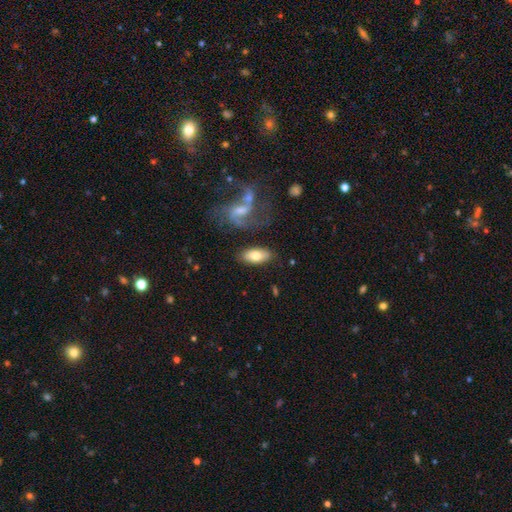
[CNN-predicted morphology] smooth-or-featured: smooth: 69% | featured or disk: 24% | star or artifact: 7%
  how-rounded: in between: 89% | cigar-shaped: 8% | round: 3%
  merging: none: 76% | minor disturbance: 13% | merger: 7% | major disturbance: 5%